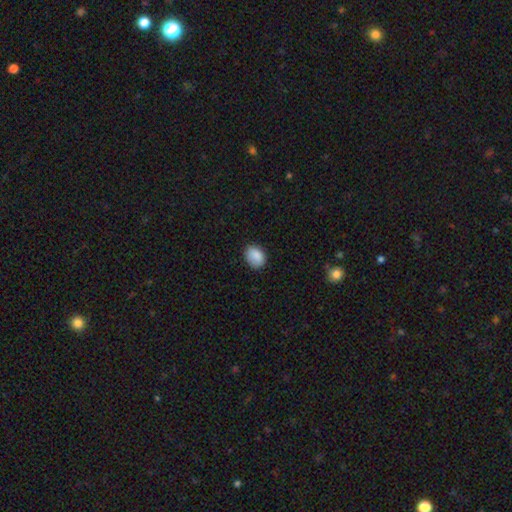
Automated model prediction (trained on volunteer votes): Overall: smooth (88%). How rounded: in between (61%; round 38%). Merging: none (80%).